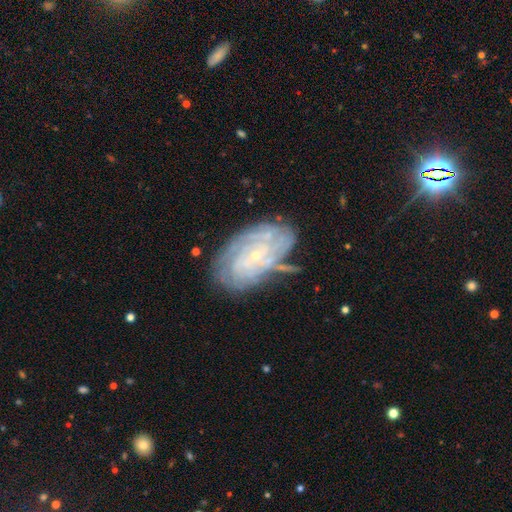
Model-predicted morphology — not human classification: This appears to be a featured or disk galaxy (81%) with no bar (71%), tight (75%) spiral arms (92%) and a small central bulge (85%). Merging: none (65%).